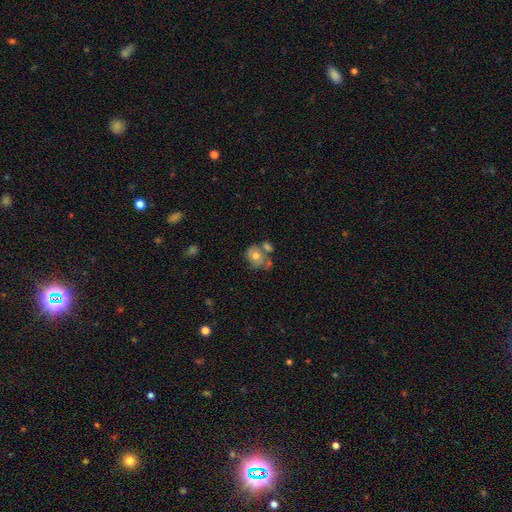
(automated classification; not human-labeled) smooth_or_featured: smooth (p=0.54) [alt: featured or disk p=0.37]
how_rounded: round (p=0.57) [alt: in between p=0.41]
merging: none (p=0.38) [alt: merger p=0.31]